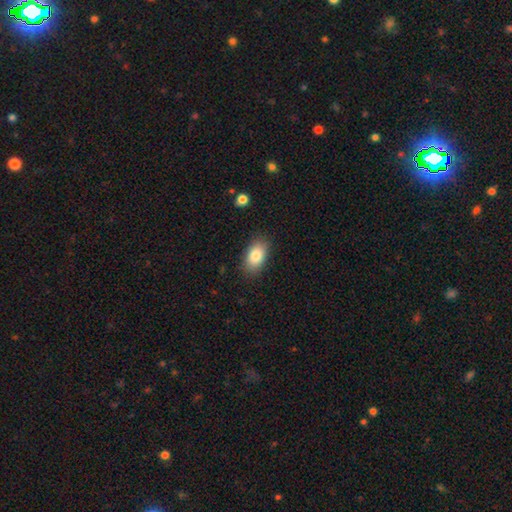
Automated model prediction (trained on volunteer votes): Smooth or featured? smooth (84%)
How rounded? in between (91%)
Merging? none (86%)